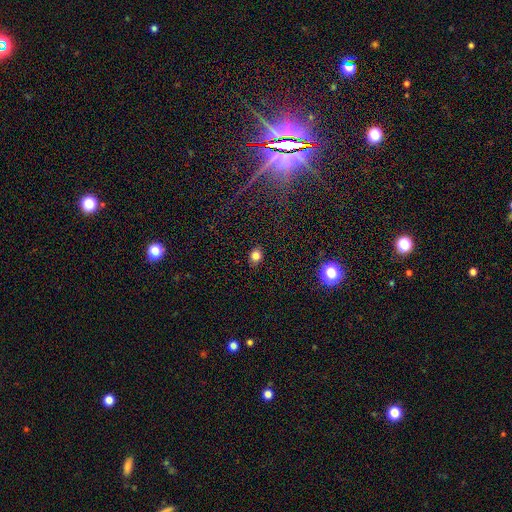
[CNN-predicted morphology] smooth-or-featured: smooth: 81% | star or artifact: 14% | featured or disk: 5%
  how-rounded: round: 64% | in between: 35% | cigar-shaped: 1%
  merging: none: 88% | minor disturbance: 9% | major disturbance: 2% | merger: 1%